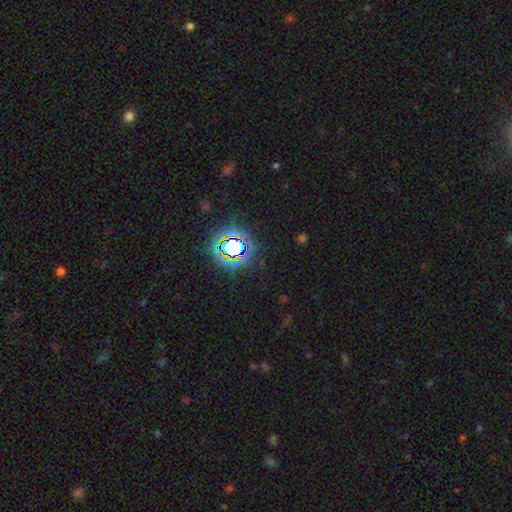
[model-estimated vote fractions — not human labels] This appears to be a star or artifact, not a galaxy (77%).